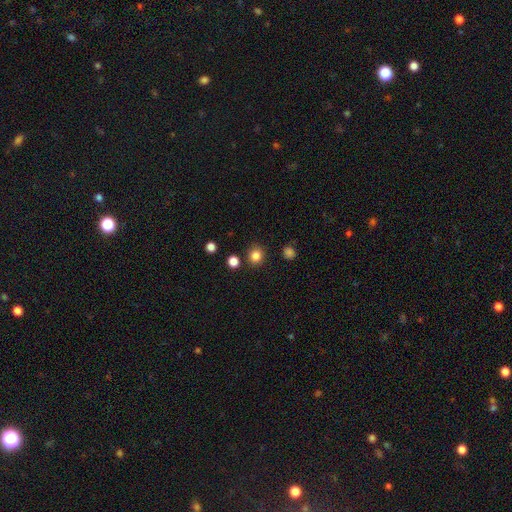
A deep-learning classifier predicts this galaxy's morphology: Q: Smooth or featured?
A: smooth (84%); runner-up: star or artifact (12%)
Q: How rounded?
A: round (86%); runner-up: in between (13%)
Q: Merging?
A: none (87%); runner-up: minor disturbance (7%)